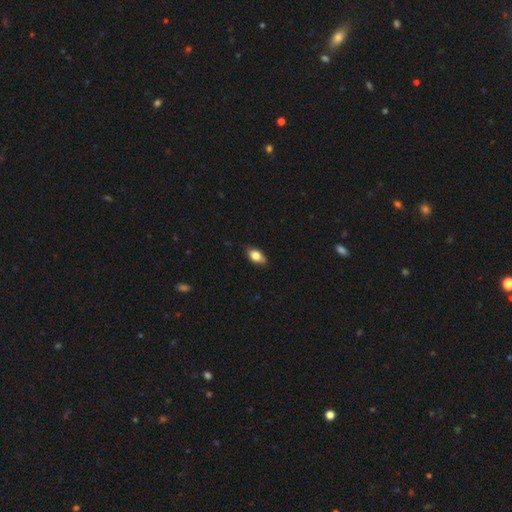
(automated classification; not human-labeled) Q: Smooth or featured?
A: smooth (75%); runner-up: featured or disk (18%)
Q: How rounded?
A: in between (86%); runner-up: round (8%)
Q: Merging?
A: none (79%); runner-up: minor disturbance (17%)